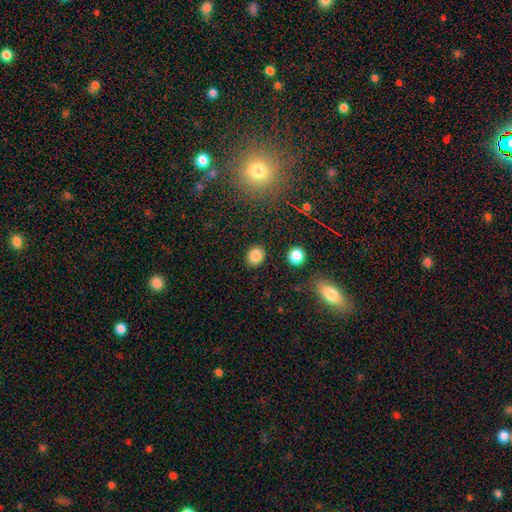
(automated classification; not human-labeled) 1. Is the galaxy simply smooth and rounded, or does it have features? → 84% smooth, 11% star or artifact, 5% featured or disk.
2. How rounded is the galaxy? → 65% round, 34% in between, 1% cigar-shaped.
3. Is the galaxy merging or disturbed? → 88% none, 7% minor disturbance, 2% major disturbance, 2% merger.